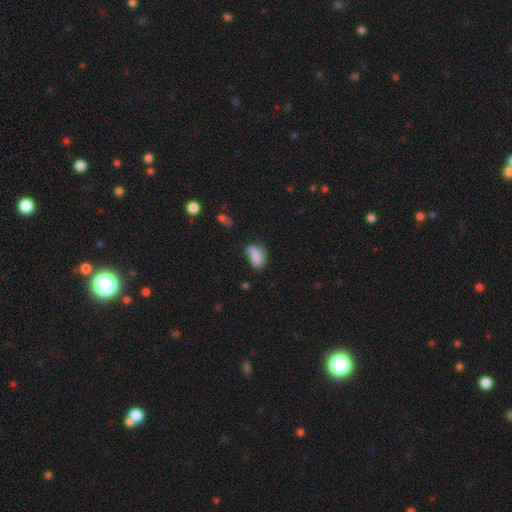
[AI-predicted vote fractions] Smooth or featured? Predicted: smooth (p=0.74). How rounded? Predicted: in between (p=0.87). Merging? Predicted: none (p=0.39).